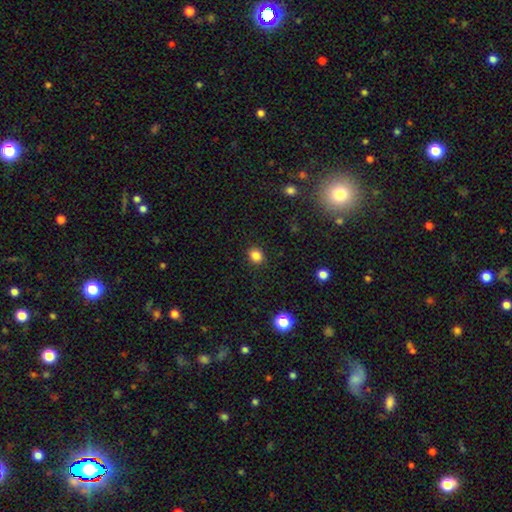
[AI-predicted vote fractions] Smooth or featured? smooth (84%)
How rounded? round (64%)
Merging? none (89%)